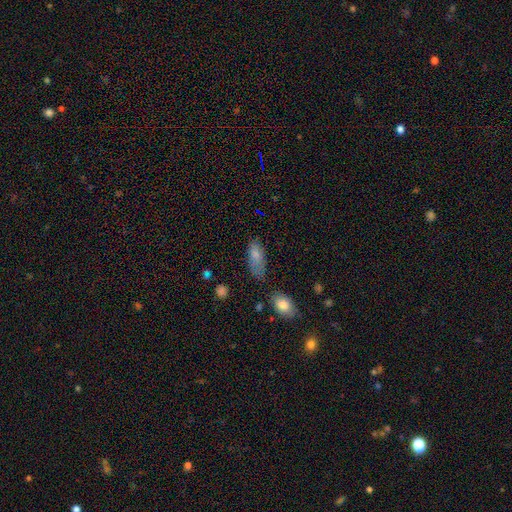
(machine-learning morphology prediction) Smooth or featured? Predicted: smooth (p=0.79). How rounded? Predicted: in between (p=0.84). Merging? Predicted: none (p=0.47).